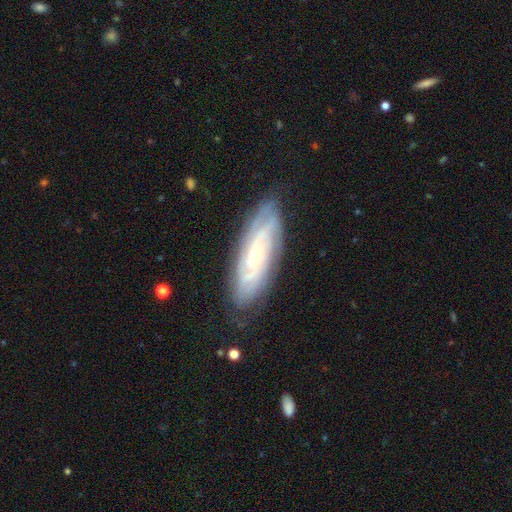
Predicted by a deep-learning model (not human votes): Overall: featured or disk (79%). Edge-on disk: no (86%). Bar: no (68%). Spiral arms: yes (93%). Spiral arm count: can't tell (46%; 2 19%). Spiral winding: tight (72%). Bulge size: small (69%). Merging: none (80%).